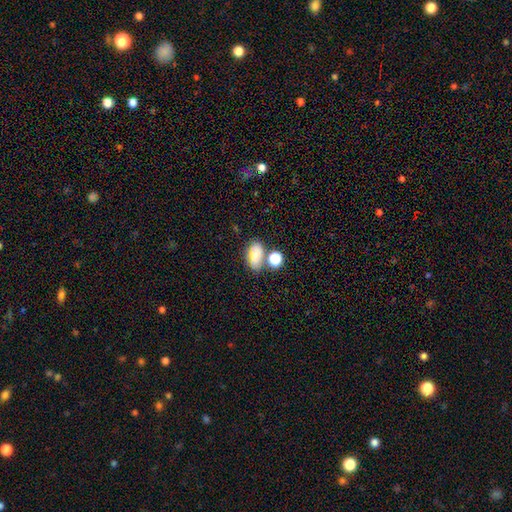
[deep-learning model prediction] Smooth or featured: smooth — 76% (star or artifact — 13%)
How rounded: in between — 84% (round — 13%)
Merging: none — 50% (merger — 26%)